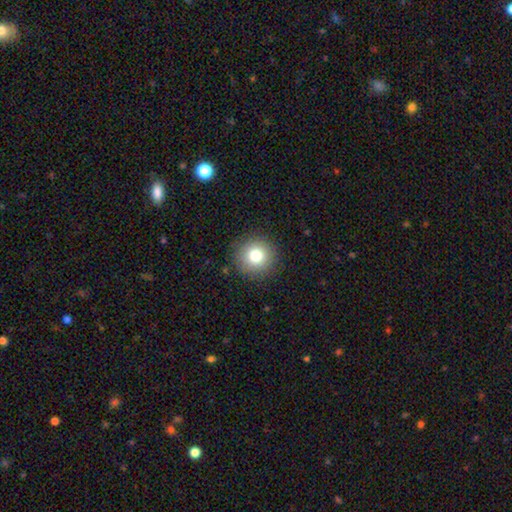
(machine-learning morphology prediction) Overall: smooth (79%). How rounded: round (94%). Merging: none (90%).